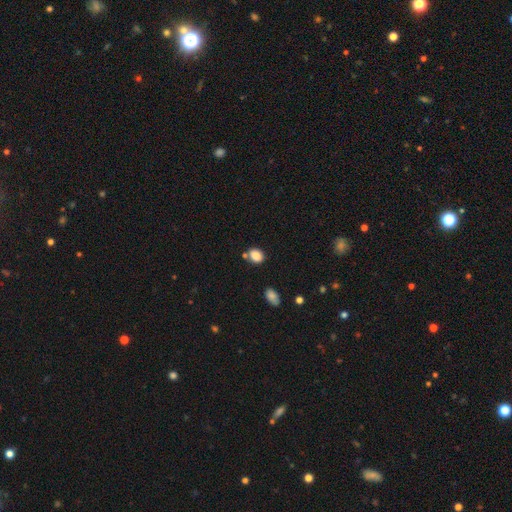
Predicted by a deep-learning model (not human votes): Smooth or featured?
  - smooth: 86% *
  - star or artifact: 10%
  - featured or disk: 5%
How rounded?
  - in between: 61% *
  - round: 37%
  - cigar-shaped: 1%
Merging?
  - none: 66% *
  - minor disturbance: 15%
  - merger: 14%
  - major disturbance: 4%